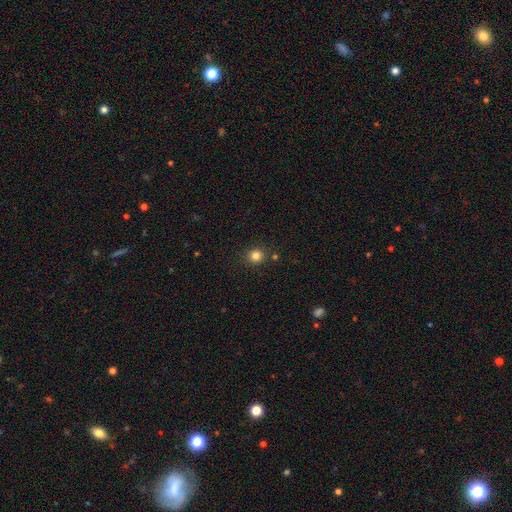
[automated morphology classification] Smooth or featured? smooth (82%)
How rounded? round (91%)
Merging? none (88%)